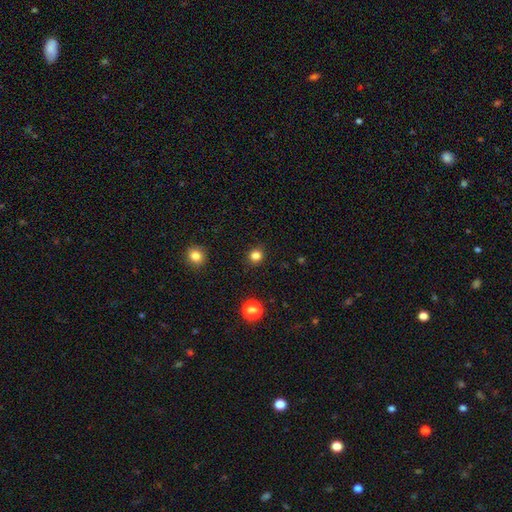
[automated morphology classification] smooth_or_featured: smooth (p=0.83) [alt: star or artifact p=0.13]
how_rounded: round (p=0.86) [alt: in between p=0.13]
merging: none (p=0.90) [alt: minor disturbance p=0.06]